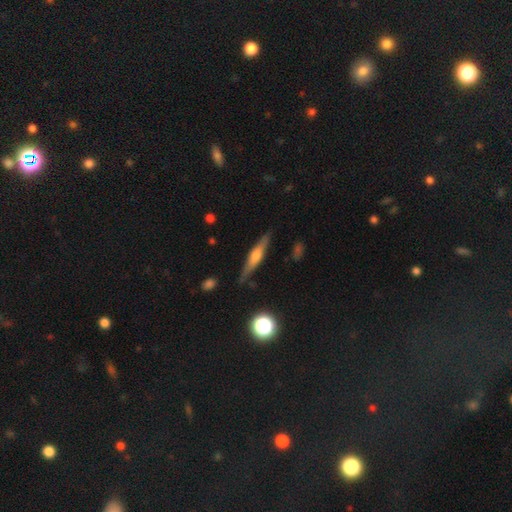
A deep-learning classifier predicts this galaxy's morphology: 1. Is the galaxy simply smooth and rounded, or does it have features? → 59% featured or disk, 34% smooth, 7% star or artifact.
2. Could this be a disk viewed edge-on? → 94% yes, 6% no.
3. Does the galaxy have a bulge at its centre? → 81% rounded, 13% boxy, 6% none.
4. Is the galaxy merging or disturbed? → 83% none, 12% minor disturbance, 3% major disturbance, 2% merger.